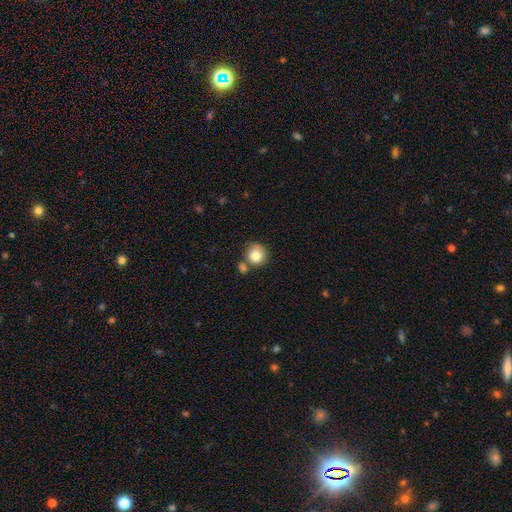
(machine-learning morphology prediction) Smooth or featured: smooth — 84% (star or artifact — 9%)
How rounded: round — 91% (in between — 8%)
Merging: none — 63% (merger — 21%)